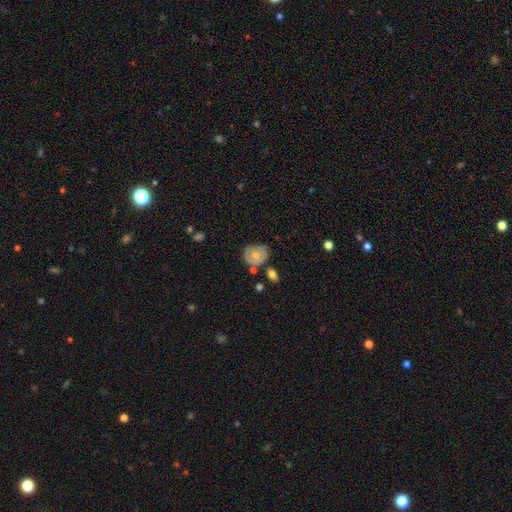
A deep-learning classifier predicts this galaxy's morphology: smooth 51%, featured or disk 42%, star or artifact 7%. Down the decision tree: how rounded — round (64%); merging — none (59%).